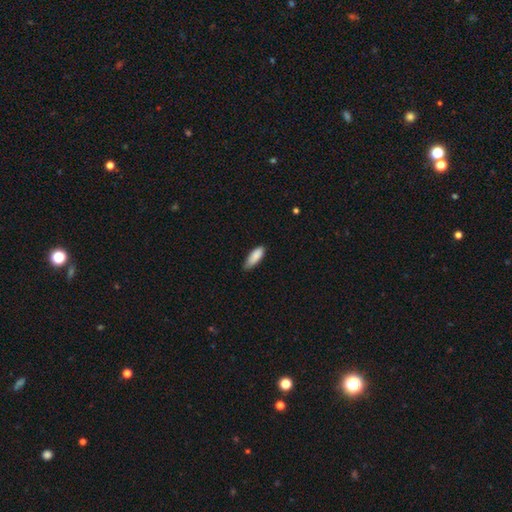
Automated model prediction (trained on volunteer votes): Smooth or featured? smooth (88%)
How rounded? in between (66%)
Merging? none (65%)